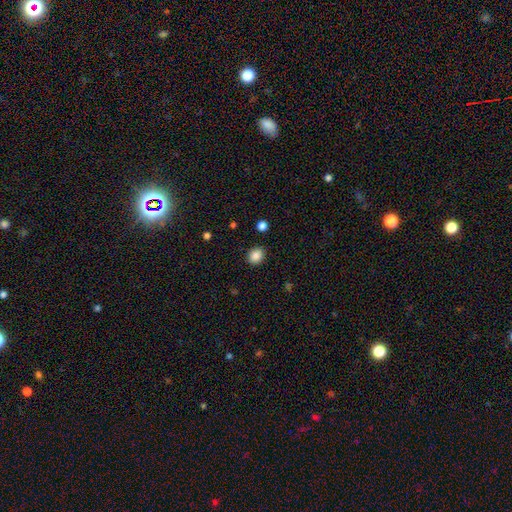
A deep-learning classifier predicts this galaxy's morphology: Smooth or featured: smooth — 86% (star or artifact — 10%)
How rounded: round — 71% (in between — 28%)
Merging: none — 90% (minor disturbance — 7%)